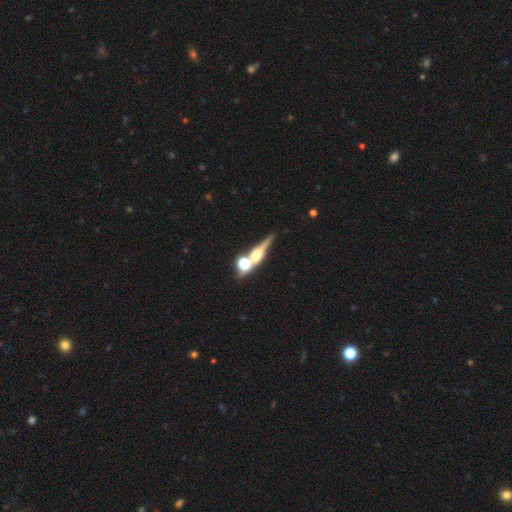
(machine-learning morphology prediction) The model was most divided on "smooth or featured": featured or disk: 55%, smooth: 29%, star or artifact: 16%. More confident: edge-on disk — yes (83%); merging — none (56%).